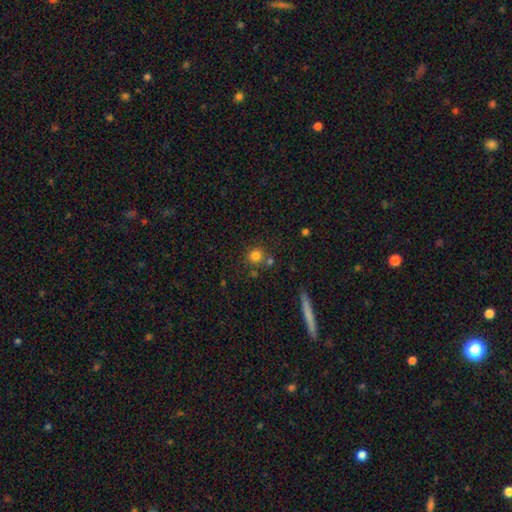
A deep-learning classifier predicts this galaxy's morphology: Smooth or featured? smooth (79%)
How rounded? round (92%)
Merging? none (73%)